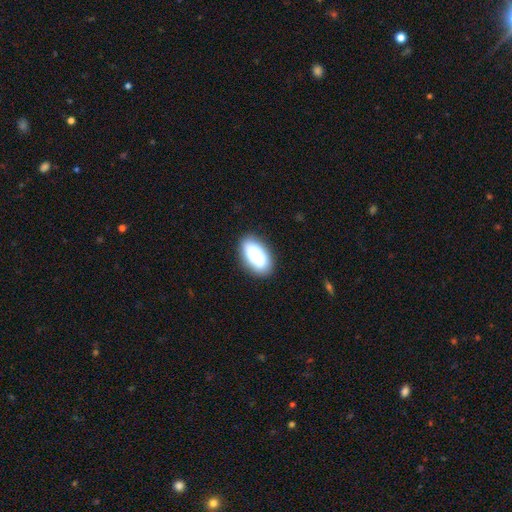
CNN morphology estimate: A smooth galaxy with no disk features (65%) that is in between round and cigar-shaped (92%). Merging: none (81%).